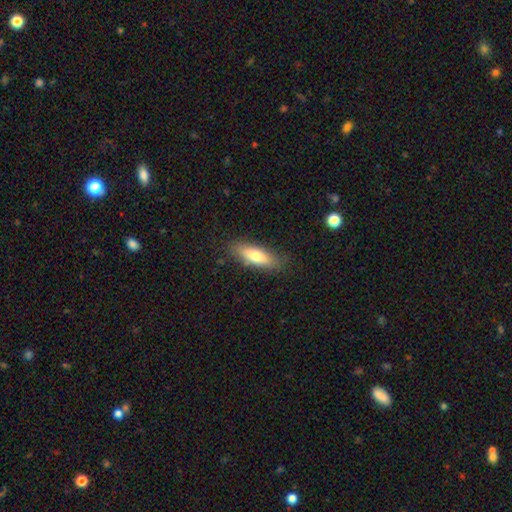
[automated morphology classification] Smooth or featured? Predicted: smooth (p=0.73). How rounded? Predicted: in between (p=0.62). Merging? Predicted: none (p=0.82).